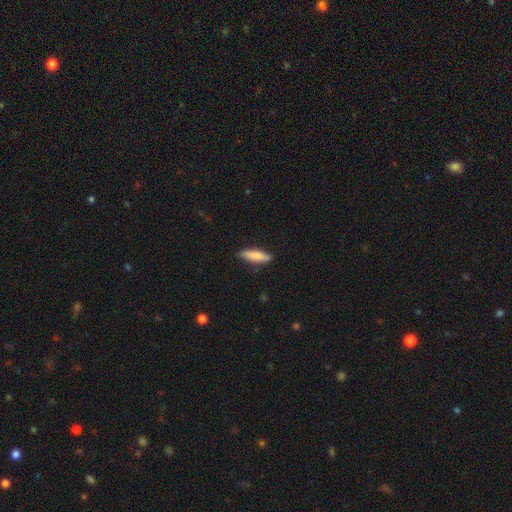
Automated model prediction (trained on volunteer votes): Smooth or featured?
  - smooth: 79% *
  - featured or disk: 15%
  - star or artifact: 5%
How rounded?
  - cigar-shaped: 66% *
  - in between: 32%
  - round: 2%
Merging?
  - none: 86% *
  - minor disturbance: 11%
  - major disturbance: 2%
  - merger: 1%